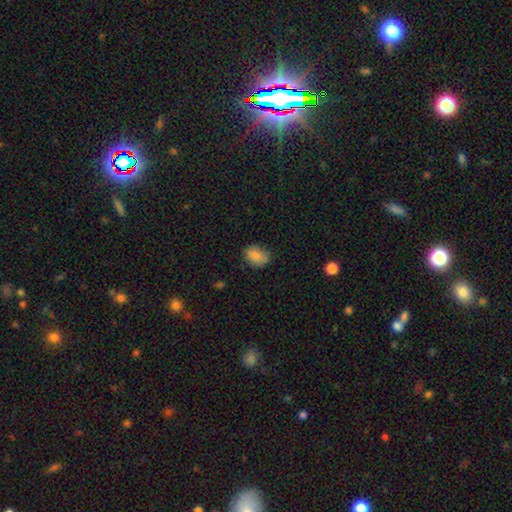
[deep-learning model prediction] Smooth or featured?
  - smooth: 84% *
  - star or artifact: 8%
  - featured or disk: 7%
How rounded?
  - in between: 67% *
  - round: 32%
  - cigar-shaped: 1%
Merging?
  - none: 75% *
  - minor disturbance: 20%
  - major disturbance: 4%
  - merger: 1%